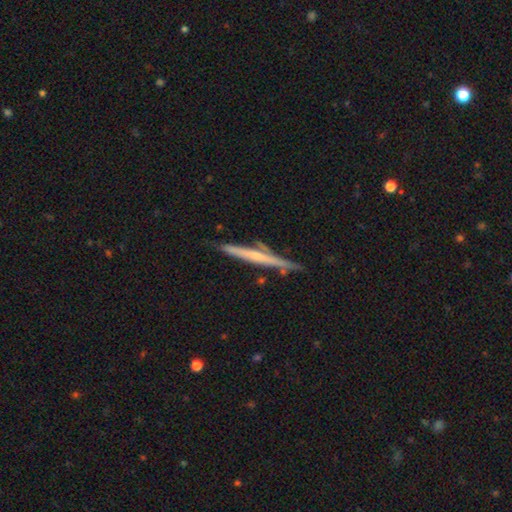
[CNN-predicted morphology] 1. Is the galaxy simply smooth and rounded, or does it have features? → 61% featured or disk, 33% smooth, 6% star or artifact.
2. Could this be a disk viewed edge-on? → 96% yes, 4% no.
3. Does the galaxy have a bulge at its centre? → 63% none, 29% rounded, 8% boxy.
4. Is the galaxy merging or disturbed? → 79% none, 13% minor disturbance, 5% merger, 3% major disturbance.